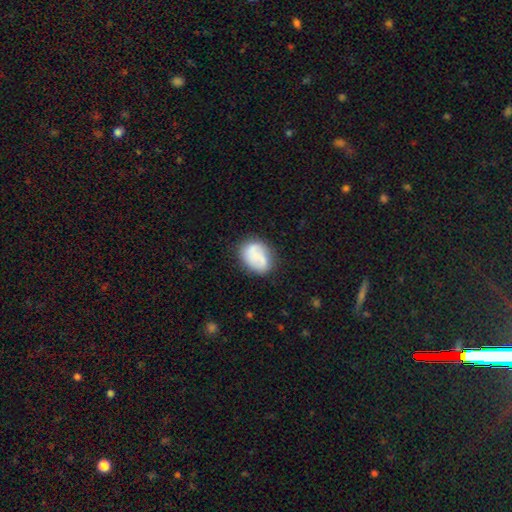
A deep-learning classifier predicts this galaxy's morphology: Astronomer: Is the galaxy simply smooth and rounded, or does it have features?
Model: smooth — 59%.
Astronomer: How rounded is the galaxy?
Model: in between — 64%.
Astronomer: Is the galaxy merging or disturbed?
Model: none — 65%.